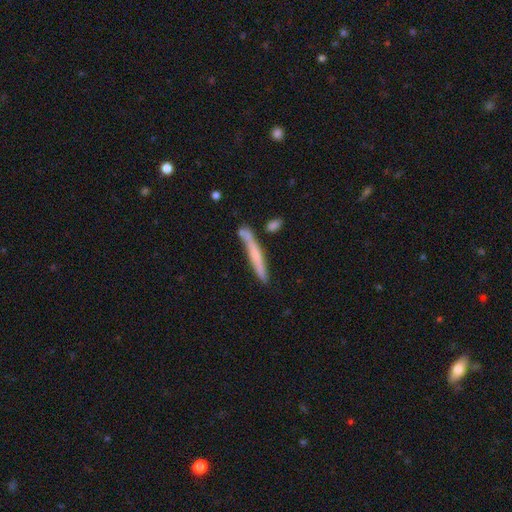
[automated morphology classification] smooth_or_featured: smooth (p=0.54) [alt: featured or disk p=0.40]
how_rounded: cigar-shaped (p=0.95) [alt: in between p=0.04]
merging: none (p=0.65) [alt: minor disturbance p=0.17]